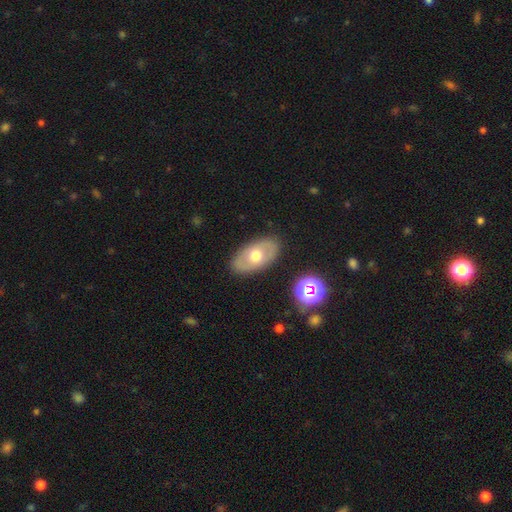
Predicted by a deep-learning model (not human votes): Smooth or featured?
  - smooth: 50% *
  - featured or disk: 43%
  - star or artifact: 7%
Merging?
  - none: 85% *
  - minor disturbance: 10%
  - major disturbance: 3%
  - merger: 2%